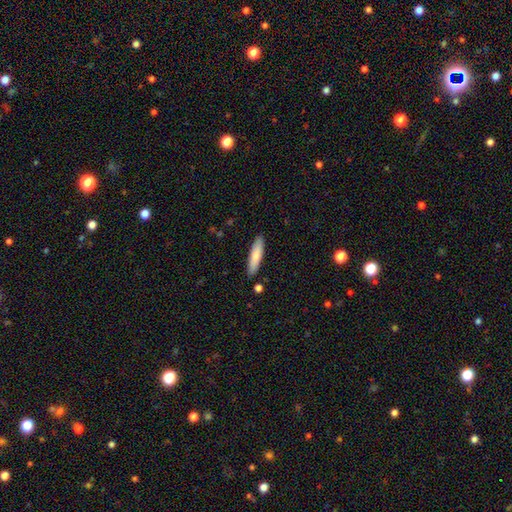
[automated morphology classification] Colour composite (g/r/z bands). It shows a smooth galaxy with no disk features (78%) that is cigar-shaped (78%). Merging: none (88%).